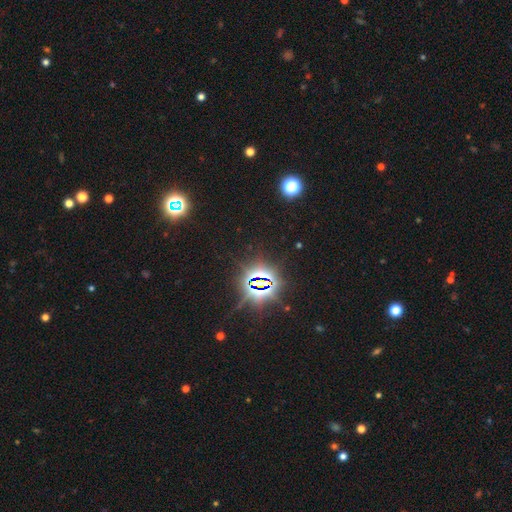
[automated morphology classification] star or artifact 82%, smooth 11%, featured or disk 7%.